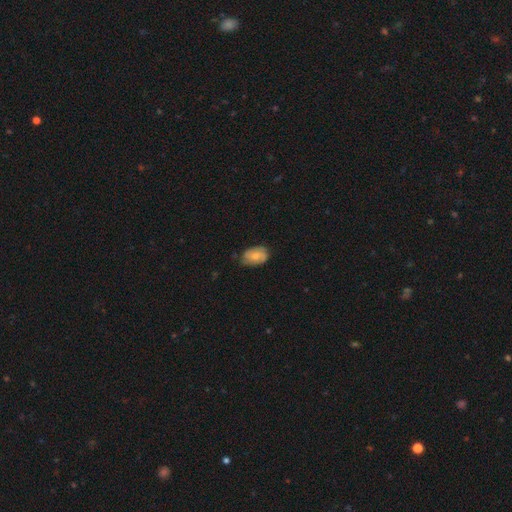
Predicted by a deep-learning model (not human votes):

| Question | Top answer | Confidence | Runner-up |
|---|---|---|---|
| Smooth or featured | smooth | 58% | featured or disk (35%) |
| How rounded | in between | 86% | round (12%) |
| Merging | none | 63% | minor disturbance (30%) |